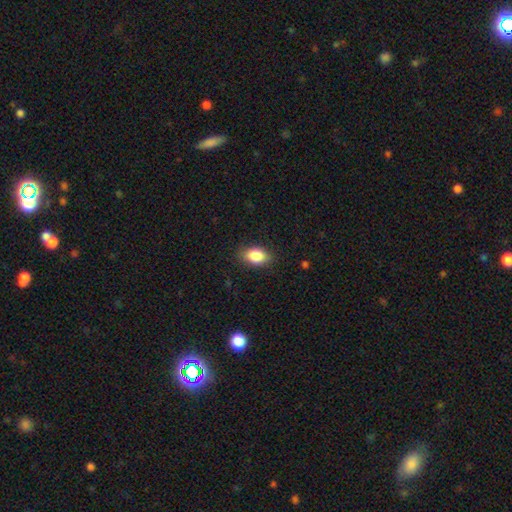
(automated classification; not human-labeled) A smooth galaxy with no disk features (86%) that is in between round and cigar-shaped (86%).

Vote fractions:
- Smooth or featured? smooth: 86% / star or artifact: 8% / featured or disk: 6%
- How rounded? in between: 86% / round: 12% / cigar-shaped: 2%
- Merging? none: 84% / minor disturbance: 12% / major disturbance: 3% / merger: 1%